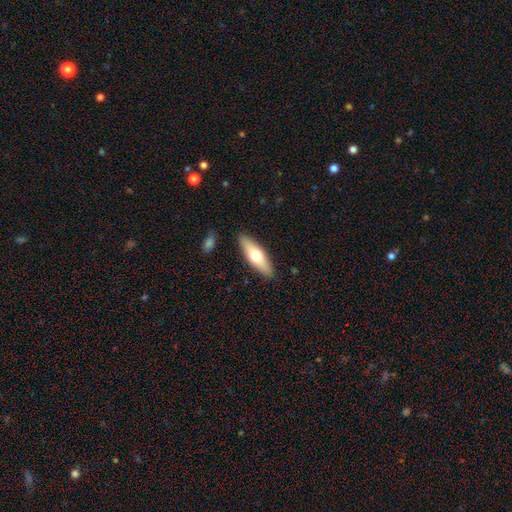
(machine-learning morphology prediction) type=smooth (59%); roundness=cigar-shaped (52%); merging=none (88%).